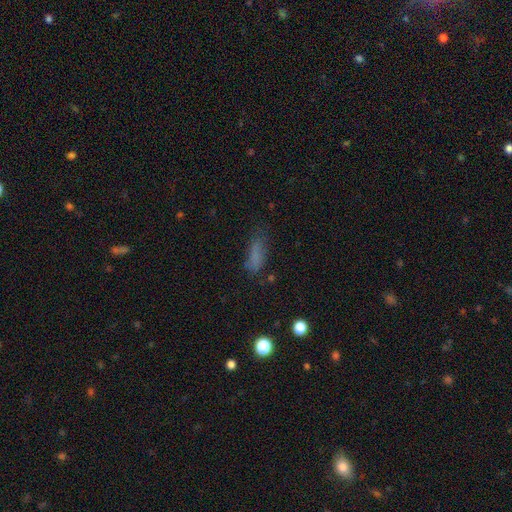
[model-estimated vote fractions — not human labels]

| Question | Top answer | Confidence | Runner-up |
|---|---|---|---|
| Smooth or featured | smooth | 72% | star or artifact (16%) |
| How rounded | in between | 58% | cigar-shaped (38%) |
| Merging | none | 61% | minor disturbance (24%) |